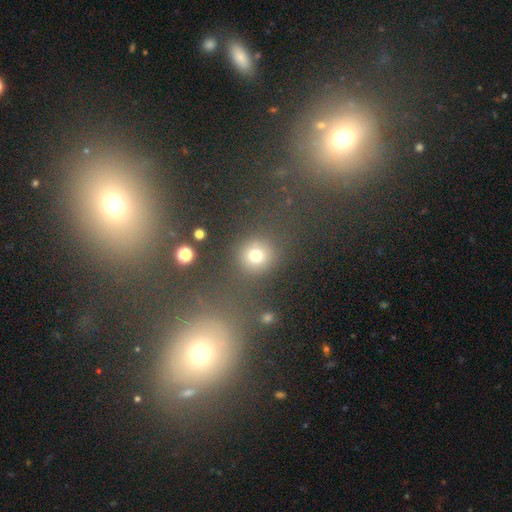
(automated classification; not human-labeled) This appears to be a smooth galaxy with no disk features (71%) that is round (86%). Merging: none (78%).